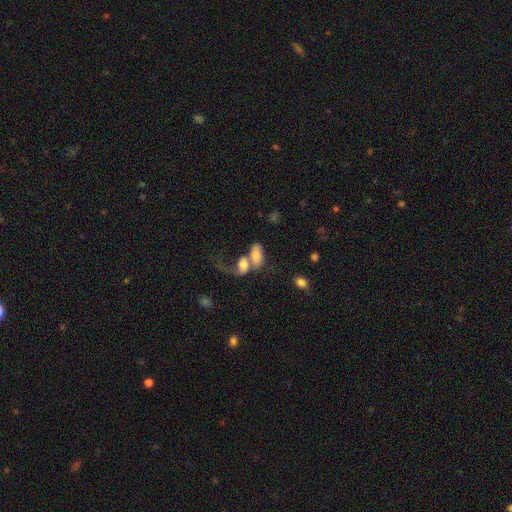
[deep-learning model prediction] This appears to be a smooth galaxy with no disk features (67%) that is in between round and cigar-shaped (86%). Merging: merger (68%).